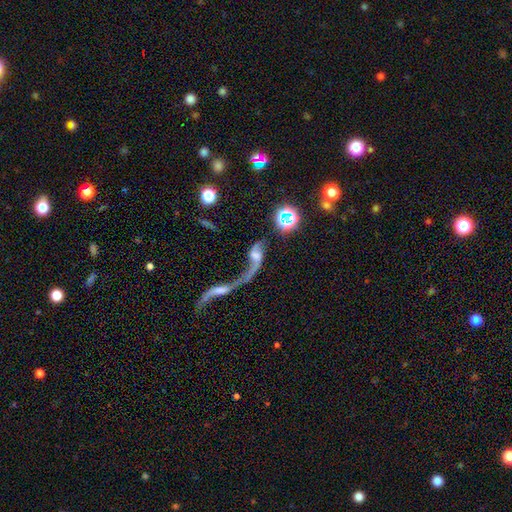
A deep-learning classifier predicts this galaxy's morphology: type=featured or disk (66%); edge-on=no (91%); bar=no (57%); spiral arms=yes (74%); bulge=moderate (32%); merging=merger (64%).